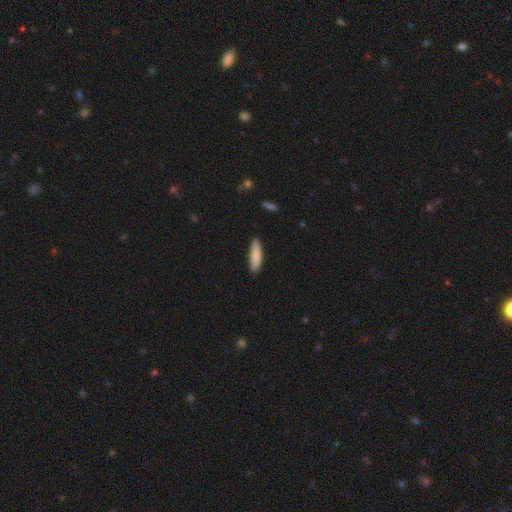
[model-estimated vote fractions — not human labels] smooth 83%, featured or disk 11%, star or artifact 6%. Down the decision tree: how rounded — cigar-shaped (71%); merging — none (85%).